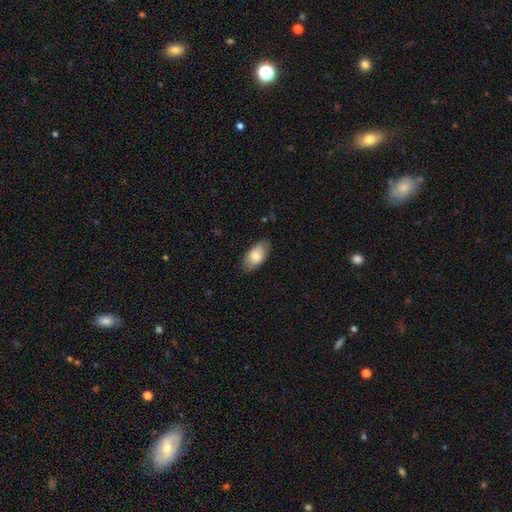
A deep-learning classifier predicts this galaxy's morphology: A smooth galaxy with no disk features (80%) that is in between round and cigar-shaped (94%).

Vote fractions:
- Smooth or featured? smooth: 80% / featured or disk: 14% / star or artifact: 6%
- How rounded? in between: 94% / round: 3% / cigar-shaped: 3%
- Merging? none: 81% / minor disturbance: 15% / major disturbance: 3% / merger: 1%